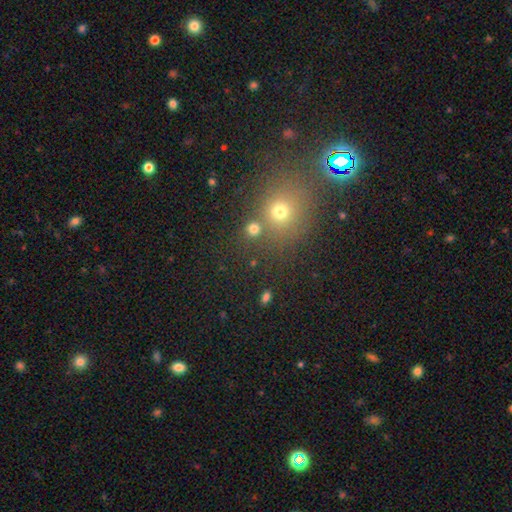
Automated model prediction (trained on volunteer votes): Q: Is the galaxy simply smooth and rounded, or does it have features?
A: smooth — 50%.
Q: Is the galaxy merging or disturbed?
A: none — 74%.